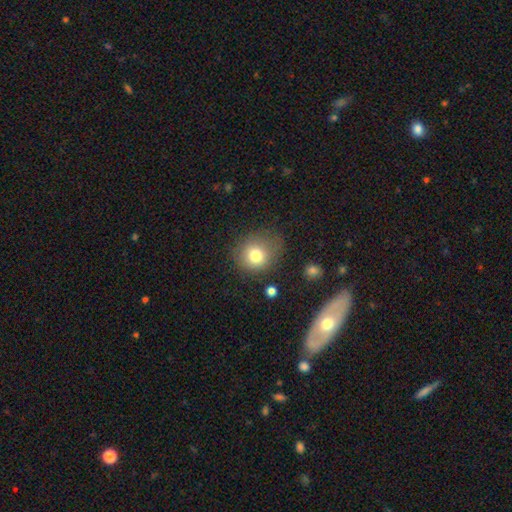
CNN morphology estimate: smooth 78%, star or artifact 12%, featured or disk 10%. Down the decision tree: how rounded — round (80%); merging — none (64%).